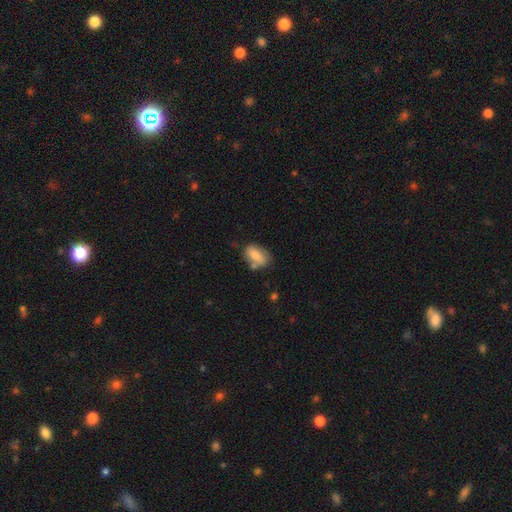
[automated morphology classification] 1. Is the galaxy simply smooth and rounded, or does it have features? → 71% smooth, 22% featured or disk, 8% star or artifact.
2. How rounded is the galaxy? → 84% in between, 12% round, 4% cigar-shaped.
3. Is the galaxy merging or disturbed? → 56% none, 24% minor disturbance, 13% merger, 7% major disturbance.